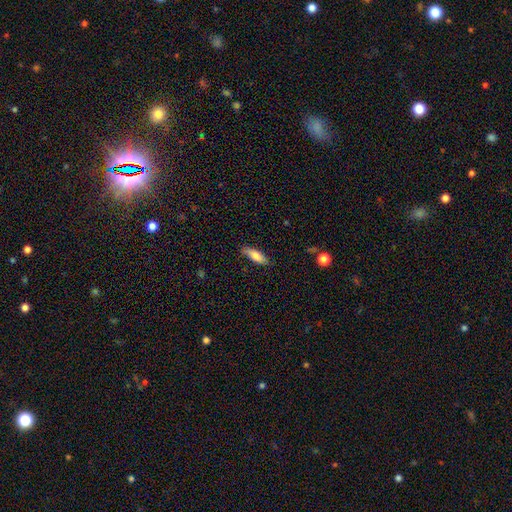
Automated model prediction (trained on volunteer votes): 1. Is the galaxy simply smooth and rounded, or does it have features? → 79% smooth, 15% featured or disk, 6% star or artifact.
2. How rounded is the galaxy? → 55% in between, 43% cigar-shaped, 2% round.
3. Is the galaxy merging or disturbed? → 83% none, 13% minor disturbance, 2% major disturbance, 1% merger.